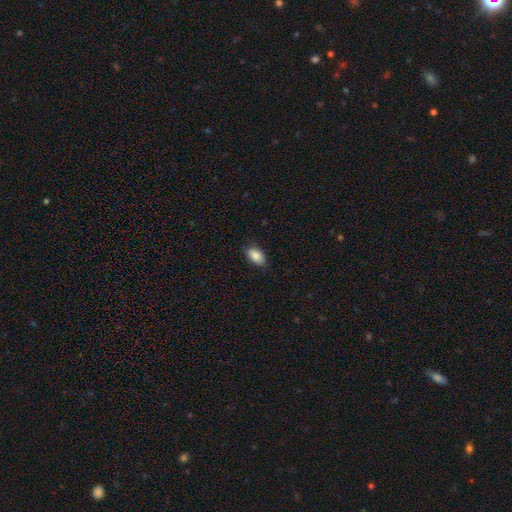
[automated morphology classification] This is clearly a smooth galaxy (87%). How rounded: clearly in between (92%). Merging: clearly none (83%).